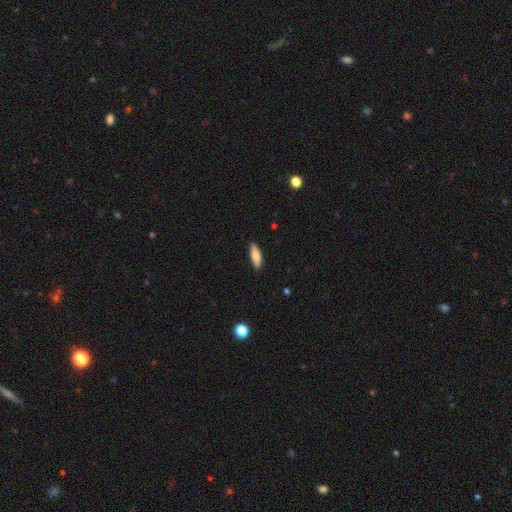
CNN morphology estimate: Overall: smooth (77%). How rounded: in between (51%; cigar-shaped 47%). Merging: none (88%).